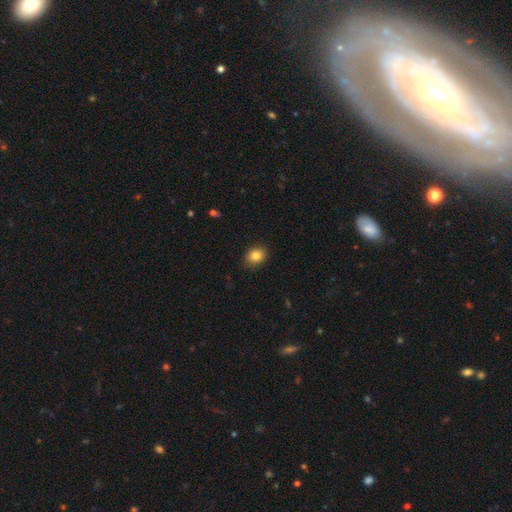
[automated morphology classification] This appears to be a smooth galaxy with no disk features (84%) that is in between round and cigar-shaped (54%). Merging: none (87%).